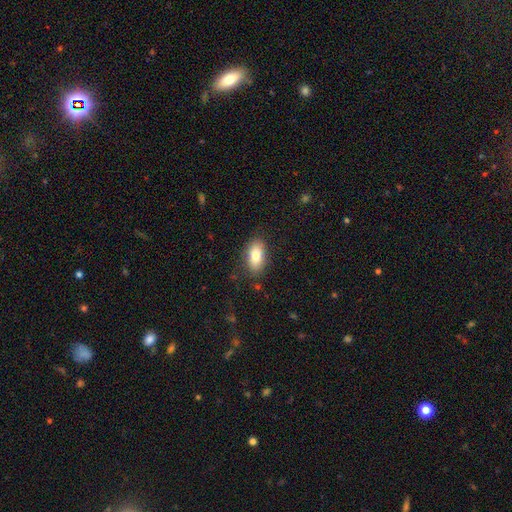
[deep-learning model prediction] A smooth galaxy with no disk features (78%) that is in between round and cigar-shaped (90%).

Vote fractions:
- Smooth or featured? smooth: 78% / featured or disk: 14% / star or artifact: 7%
- How rounded? in between: 90% / round: 5% / cigar-shaped: 5%
- Merging? none: 83% / minor disturbance: 12% / major disturbance: 3% / merger: 1%